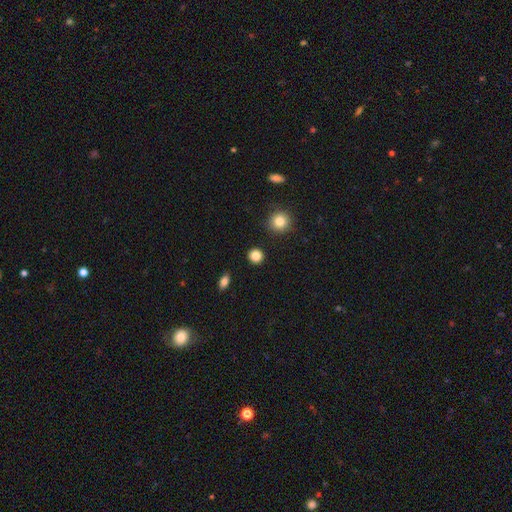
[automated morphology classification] Overall: smooth (85%). How rounded: round (91%). Merging: none (91%).